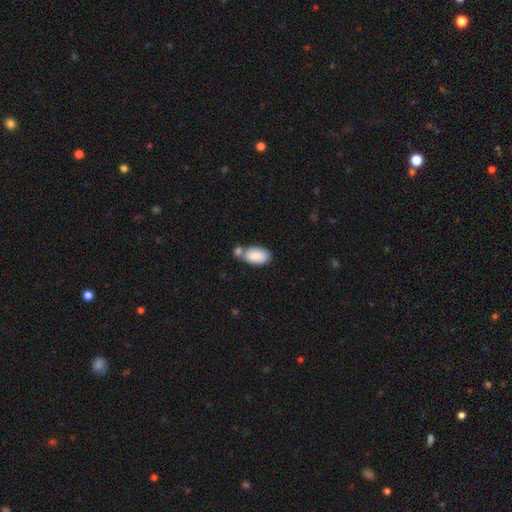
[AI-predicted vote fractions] smooth-or-featured: smooth: 85% | featured or disk: 8% | star or artifact: 6%
  how-rounded: in between: 94% | round: 4% | cigar-shaped: 2%
  merging: none: 46% | merger: 34% | minor disturbance: 16% | major disturbance: 5%